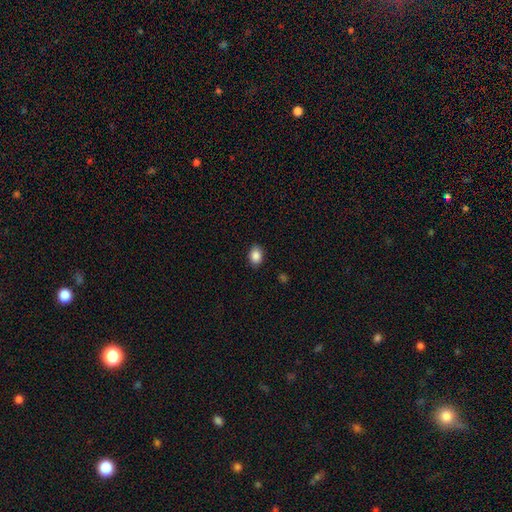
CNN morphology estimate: smooth-or-featured: smooth: 88% | star or artifact: 8% | featured or disk: 4%
  how-rounded: in between: 73% | round: 26% | cigar-shaped: 1%
  merging: none: 88% | minor disturbance: 9% | major disturbance: 2% | merger: 1%